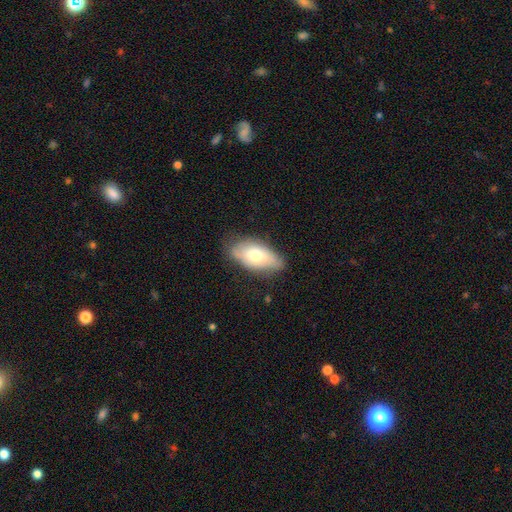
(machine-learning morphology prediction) Smooth or featured: smooth — 66% (featured or disk — 27%)
How rounded: in between — 91% (cigar-shaped — 5%)
Merging: none — 74% (minor disturbance — 21%)